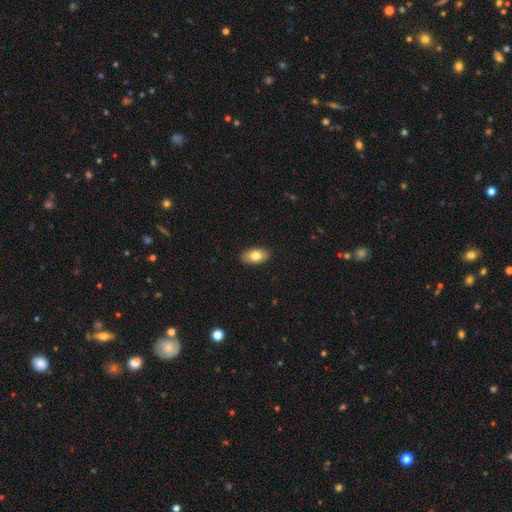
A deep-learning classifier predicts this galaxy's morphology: Smooth or featured? smooth (79%)
How rounded? in between (93%)
Merging? none (89%)